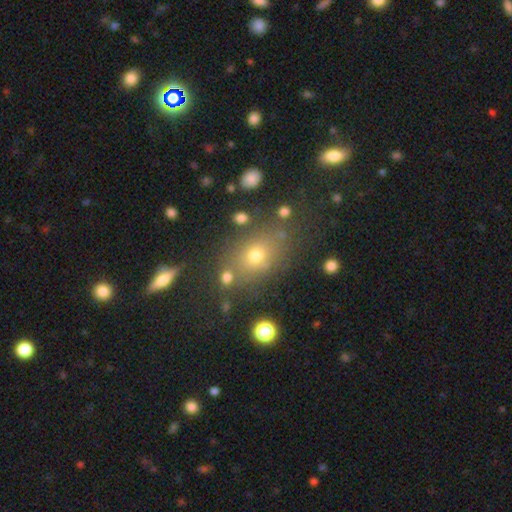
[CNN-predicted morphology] smooth 61%, star or artifact 23%, featured or disk 16%. Down the decision tree: how rounded — in between (52%); merging — none (75%).